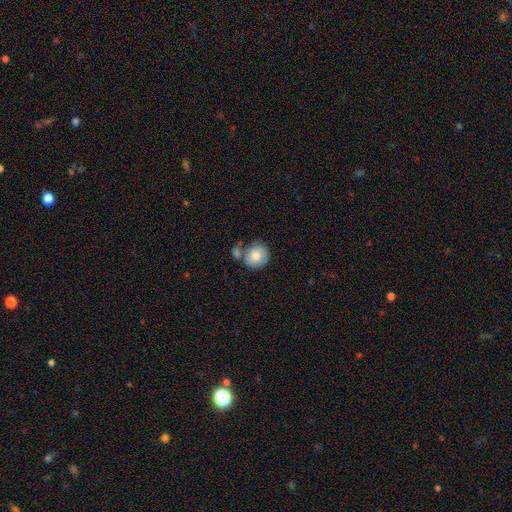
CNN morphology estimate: smooth-or-featured: smooth: 74% | featured or disk: 20% | star or artifact: 6%
  how-rounded: round: 83% | in between: 16% | cigar-shaped: 1%
  merging: none: 48% | merger: 28% | minor disturbance: 18% | major disturbance: 7%